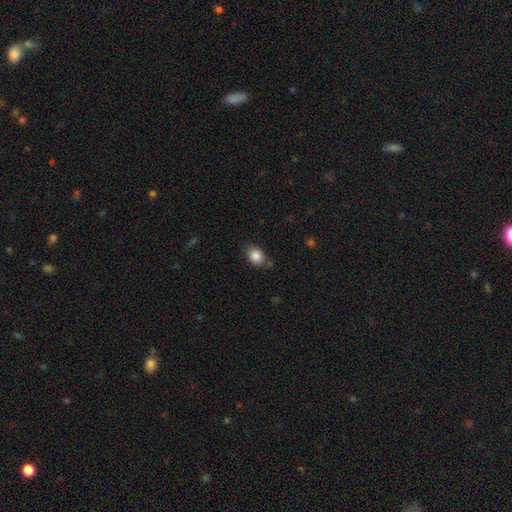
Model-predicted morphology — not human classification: Overall: smooth (87%). How rounded: in between (65%; round 34%). Merging: none (77%).